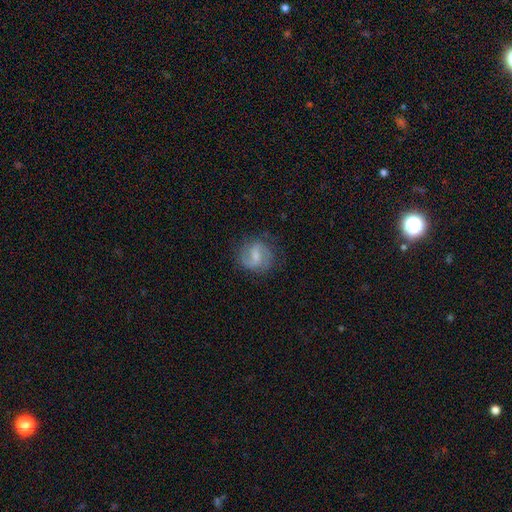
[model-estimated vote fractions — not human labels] A featured or disk galaxy (74%) with a weak bar (59%), 2 (87%) medium (48%) spiral arms (93%) and a small central bulge (43%). Merging: none (78%).